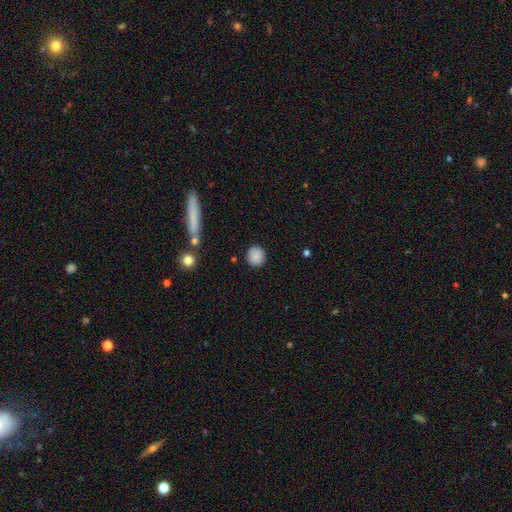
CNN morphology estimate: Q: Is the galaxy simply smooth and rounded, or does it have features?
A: smooth — 87%.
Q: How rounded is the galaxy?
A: round — 91%.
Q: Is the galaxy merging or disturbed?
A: none — 89%.